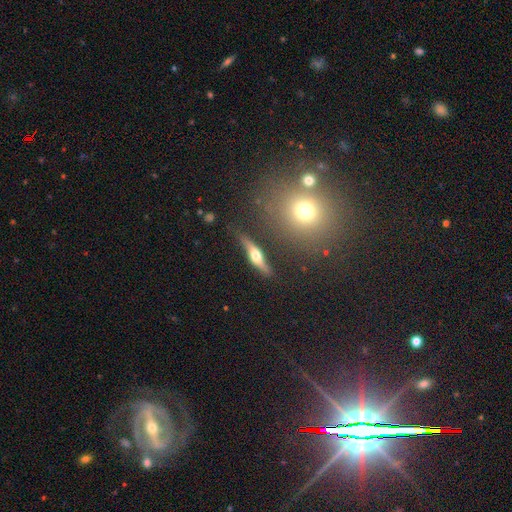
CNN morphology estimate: smooth-or-featured: featured or disk: 65% | smooth: 29% | star or artifact: 7%
  disk-edge-on: yes: 88% | no: 12%
    edge-on-bulge: rounded: 94% | boxy: 4% | none: 2%
  merging: none: 78% | minor disturbance: 14% | major disturbance: 5% | merger: 3%